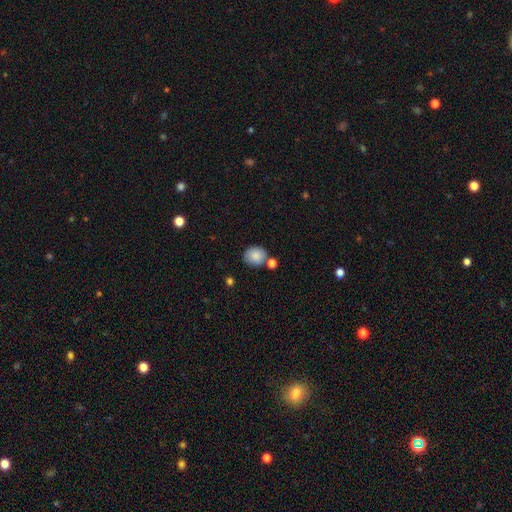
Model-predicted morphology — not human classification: Smooth or featured? Predicted: smooth (p=0.86). How rounded? Predicted: round (p=0.66). Merging? Predicted: none (p=0.70).